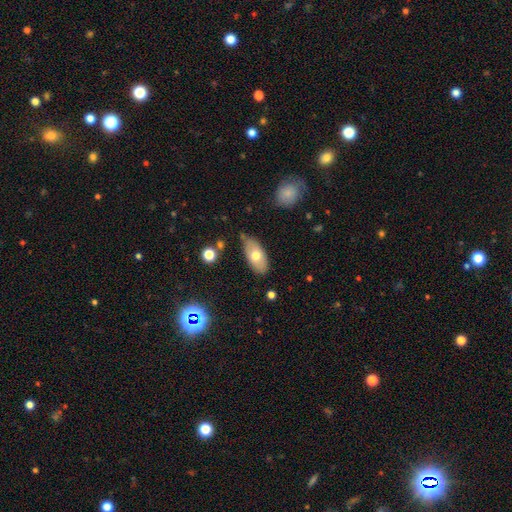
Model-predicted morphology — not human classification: smooth_or_featured: smooth (p=0.66) [alt: featured or disk p=0.27]
how_rounded: in between (p=0.92) [alt: cigar-shaped p=0.05]
merging: none (p=0.77) [alt: minor disturbance p=0.17]